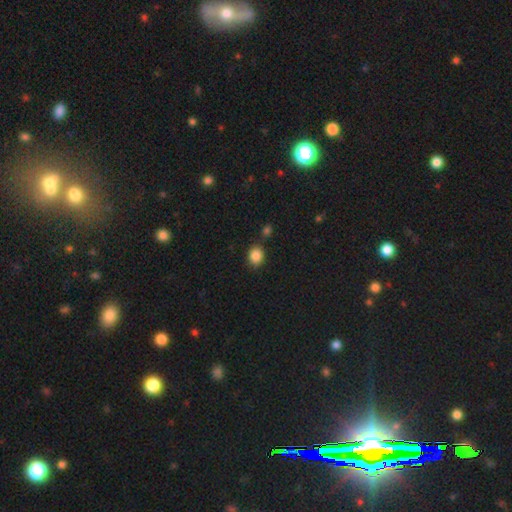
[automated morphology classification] Smooth or featured? Predicted: smooth (p=0.86). How rounded? Predicted: round (p=0.61). Merging? Predicted: none (p=0.80).